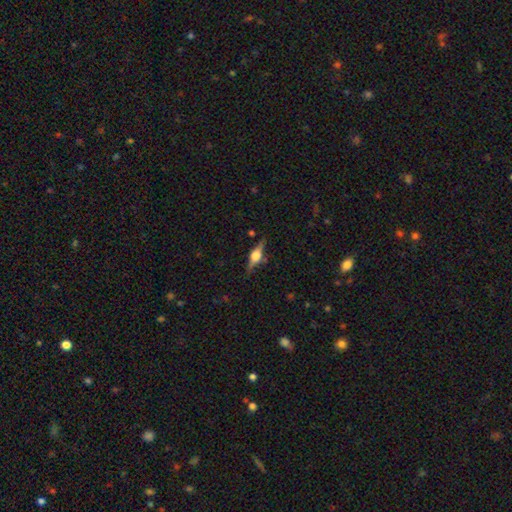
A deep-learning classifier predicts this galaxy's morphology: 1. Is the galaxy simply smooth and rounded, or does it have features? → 70% featured or disk, 23% smooth, 8% star or artifact.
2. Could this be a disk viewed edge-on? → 96% yes, 4% no.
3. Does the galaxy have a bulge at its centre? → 90% rounded, 9% boxy, 2% none.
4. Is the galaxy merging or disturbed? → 83% none, 12% minor disturbance, 3% major disturbance, 2% merger.